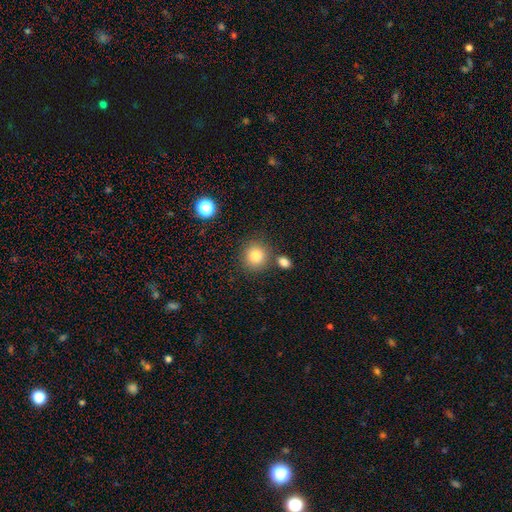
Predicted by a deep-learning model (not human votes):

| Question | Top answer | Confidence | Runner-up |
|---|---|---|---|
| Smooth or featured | smooth | 83% | star or artifact (11%) |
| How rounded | round | 89% | in between (10%) |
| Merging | none | 79% | merger (9%) |